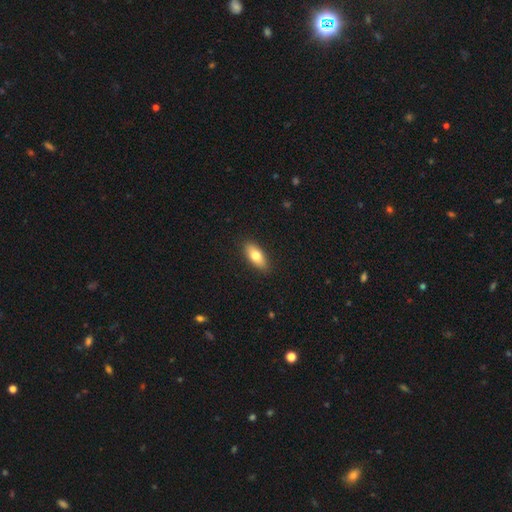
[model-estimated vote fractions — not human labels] A smooth galaxy with no disk features (75%) that is in between round and cigar-shaped (82%).

Vote fractions:
- Smooth or featured? smooth: 75% / featured or disk: 19% / star or artifact: 6%
- How rounded? in between: 82% / cigar-shaped: 15% / round: 3%
- Merging? none: 88% / minor disturbance: 9% / major disturbance: 2% / merger: 1%